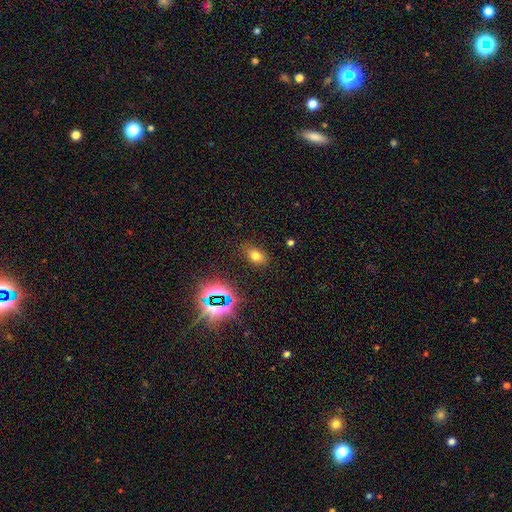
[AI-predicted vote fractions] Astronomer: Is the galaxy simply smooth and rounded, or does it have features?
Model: smooth — 67%.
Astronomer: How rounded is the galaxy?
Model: in between — 81%.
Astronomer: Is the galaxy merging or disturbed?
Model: none — 82%.